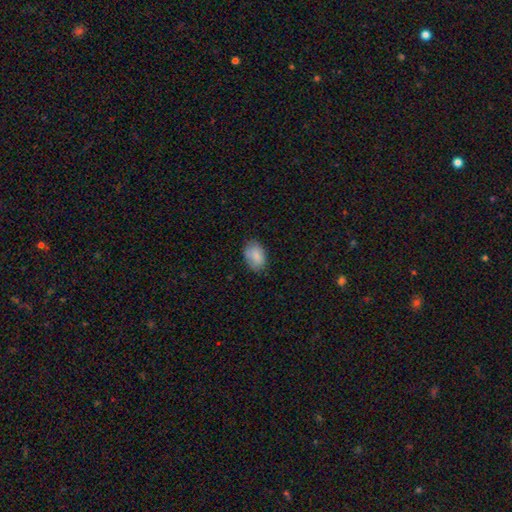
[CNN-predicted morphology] The model was most divided on "merging": none: 78%, minor disturbance: 18%, major disturbance: 3%, merger: 1%. More confident: how rounded — in between (89%); smooth or featured — smooth (86%).